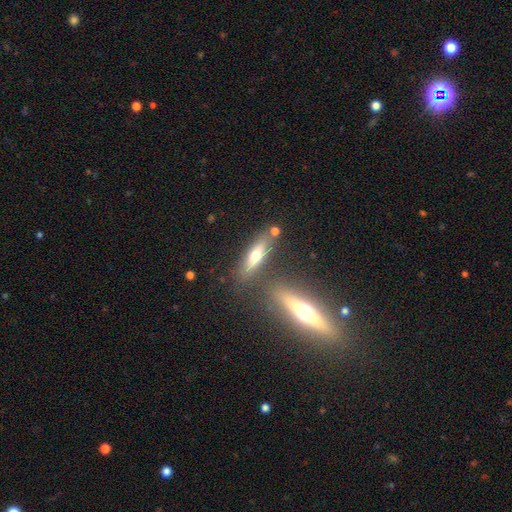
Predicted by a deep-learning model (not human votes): A smooth galaxy with no disk features (55%) that is cigar-shaped (56%). Merging: none (69%).